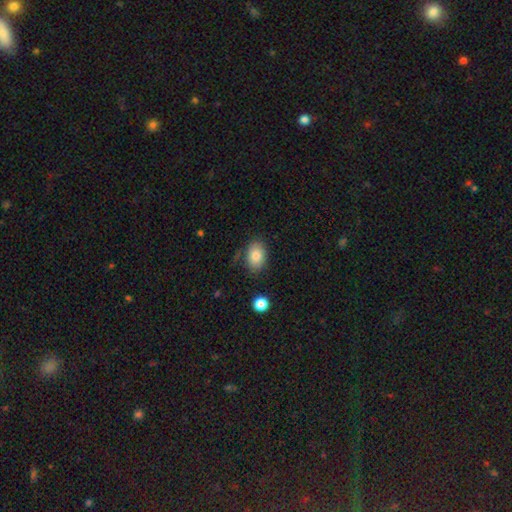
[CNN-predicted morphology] smooth-or-featured: smooth: 83% | featured or disk: 9% | star or artifact: 8%
  how-rounded: in between: 82% | round: 17% | cigar-shaped: 1%
  merging: none: 77% | minor disturbance: 16% | major disturbance: 5% | merger: 3%